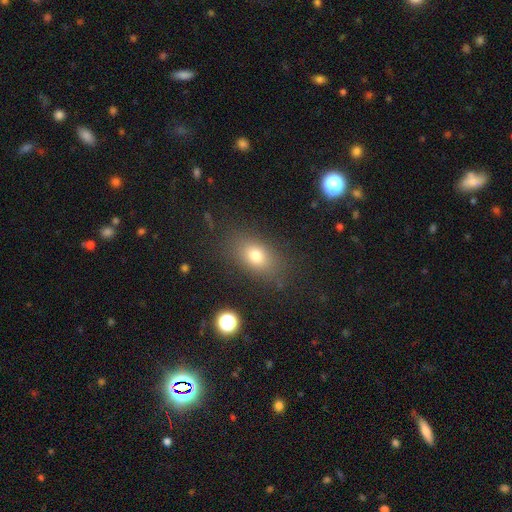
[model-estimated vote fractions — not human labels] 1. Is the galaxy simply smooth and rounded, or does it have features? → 75% smooth, 13% star or artifact, 12% featured or disk.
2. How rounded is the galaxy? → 78% in between, 19% round, 3% cigar-shaped.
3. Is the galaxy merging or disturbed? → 82% none, 11% minor disturbance, 5% major disturbance, 2% merger.